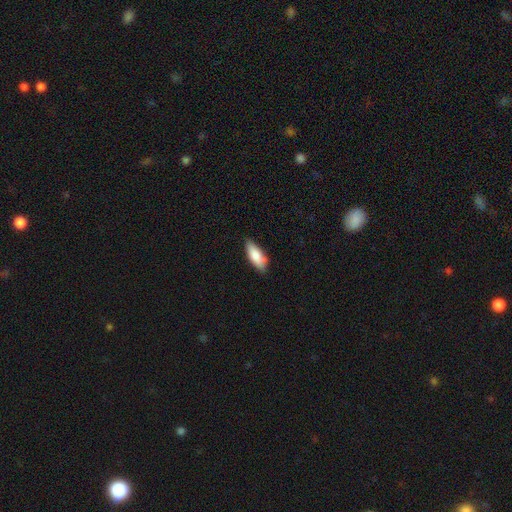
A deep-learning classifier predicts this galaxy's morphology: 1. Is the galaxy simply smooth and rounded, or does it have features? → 81% smooth, 13% featured or disk, 6% star or artifact.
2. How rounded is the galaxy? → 75% in between, 23% cigar-shaped, 2% round.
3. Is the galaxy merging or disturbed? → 79% none, 17% minor disturbance, 2% major disturbance, 1% merger.